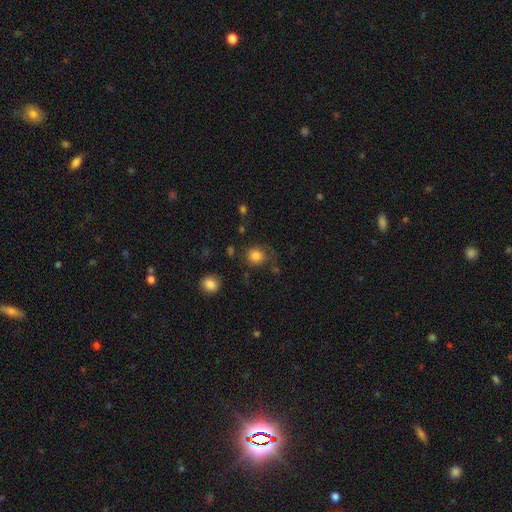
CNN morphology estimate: This is clearly a smooth galaxy (82%). How rounded: clearly round (81%). Merging: likely none (63%).